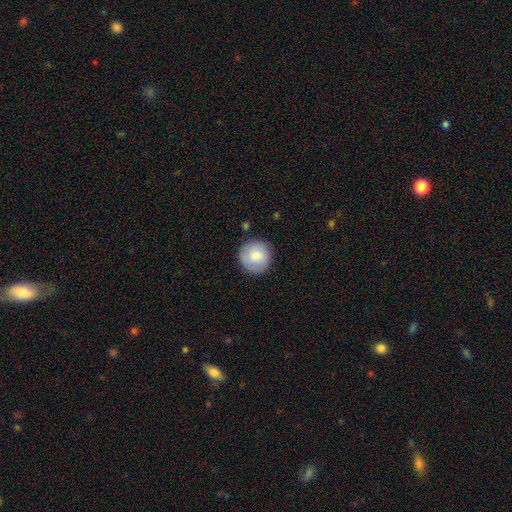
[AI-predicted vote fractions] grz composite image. It shows a smooth galaxy with no disk features (78%) that is round (94%). Merging: none (85%).